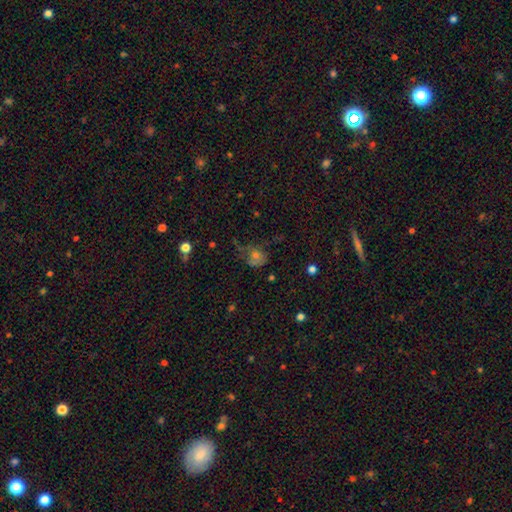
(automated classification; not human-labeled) Smooth or featured? smooth (46%)
Merging? none (38%)